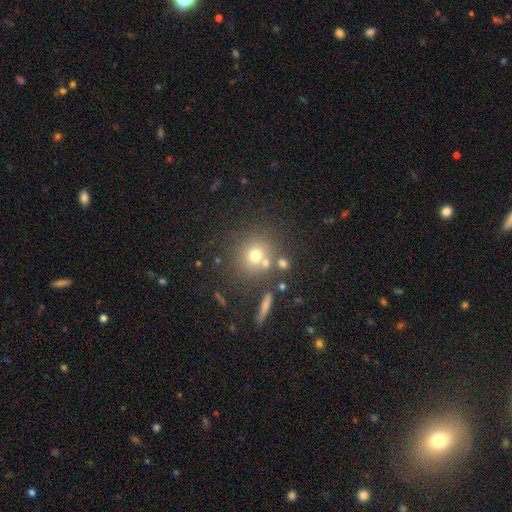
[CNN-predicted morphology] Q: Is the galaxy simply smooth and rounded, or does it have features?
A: smooth — 69%.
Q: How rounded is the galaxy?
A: round — 89%.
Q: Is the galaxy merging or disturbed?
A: none — 68%.